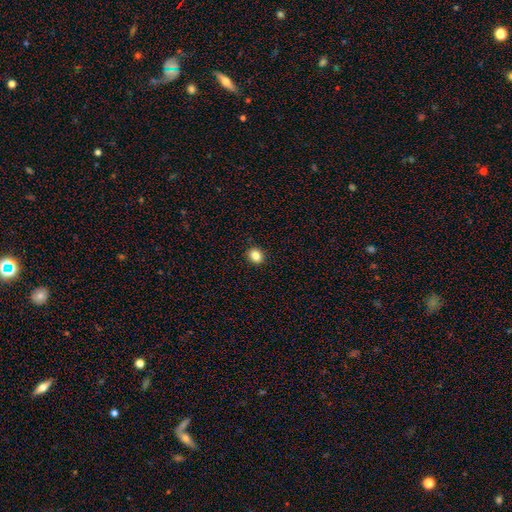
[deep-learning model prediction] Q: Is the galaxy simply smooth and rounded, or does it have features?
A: smooth — 84%.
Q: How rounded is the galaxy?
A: round — 71%.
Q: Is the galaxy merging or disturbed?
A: none — 91%.